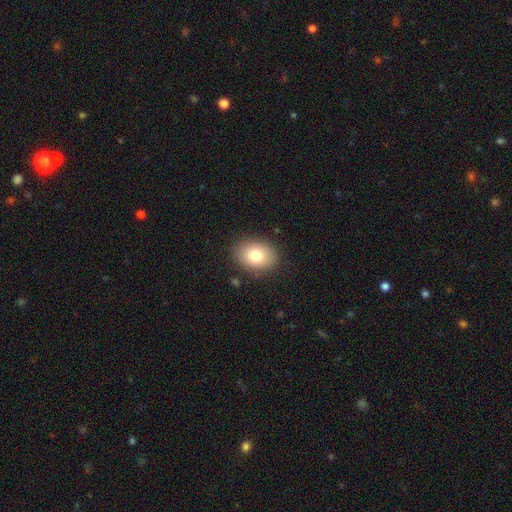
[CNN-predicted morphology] The model was most divided on "how rounded": in between: 71%, round: 28%, cigar-shaped: 1%. More confident: merging — none (86%); smooth or featured — smooth (79%).